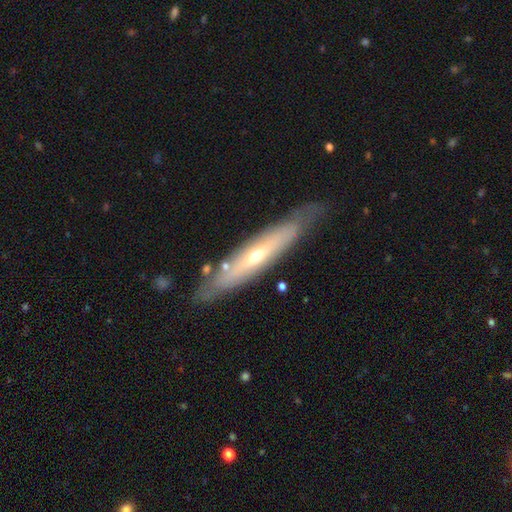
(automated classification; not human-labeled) Smooth or featured: featured or disk — 68% (smooth — 26%)
Edge-on disk: yes — 64% (no — 36%)
Merging: none — 76% (minor disturbance — 17%)